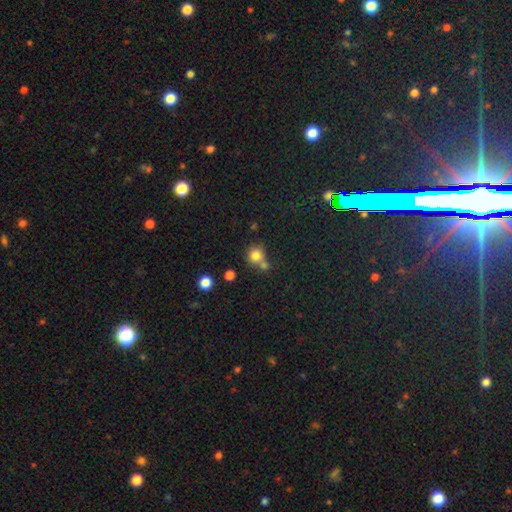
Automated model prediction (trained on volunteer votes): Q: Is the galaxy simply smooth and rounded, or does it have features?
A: smooth — 79%.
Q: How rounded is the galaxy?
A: round — 88%.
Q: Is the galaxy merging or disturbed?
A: none — 55%.